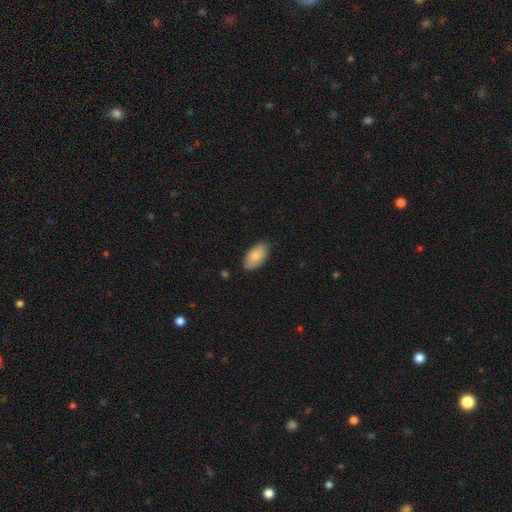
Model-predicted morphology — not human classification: This appears to be a smooth galaxy with no disk features (82%) that is in between round and cigar-shaped (95%). Merging: none (82%).